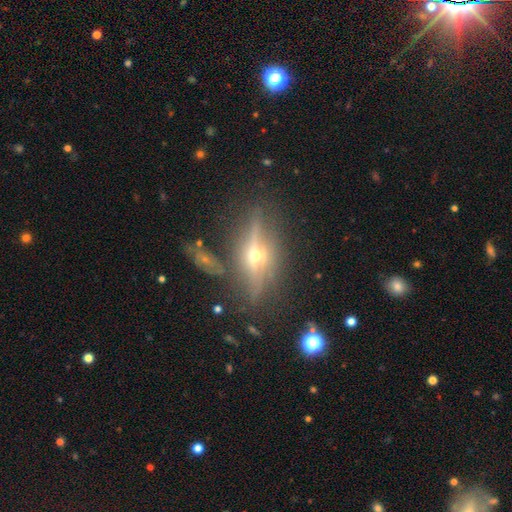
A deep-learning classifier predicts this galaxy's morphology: type=featured or disk (74%); edge-on=yes (86%); edge-on bulge=rounded (94%); merging=none (72%).